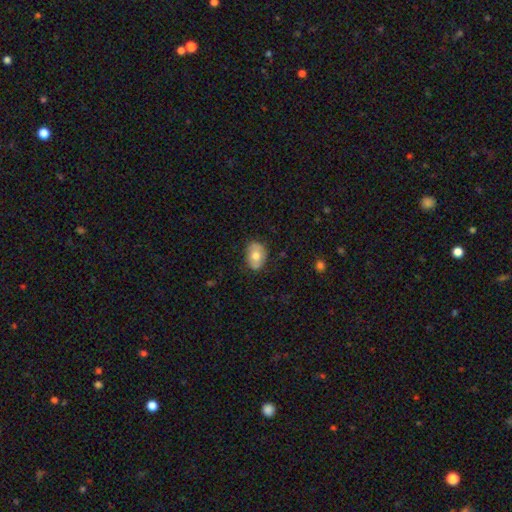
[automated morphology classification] Overall: smooth (69%). How rounded: in between (76%). Merging: none (79%).